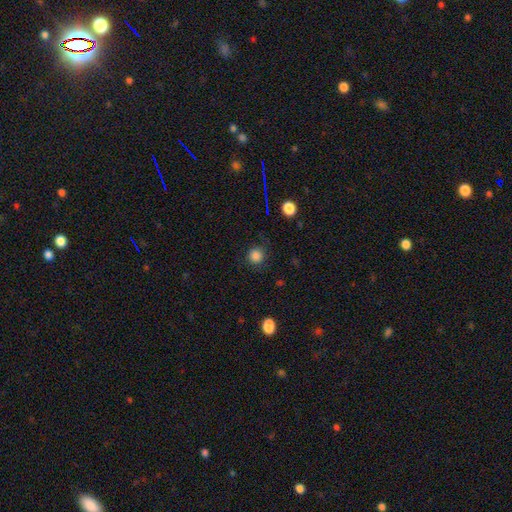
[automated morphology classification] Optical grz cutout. It shows a smooth galaxy with no disk features (84%) that is round (94%). Merging: none (86%).